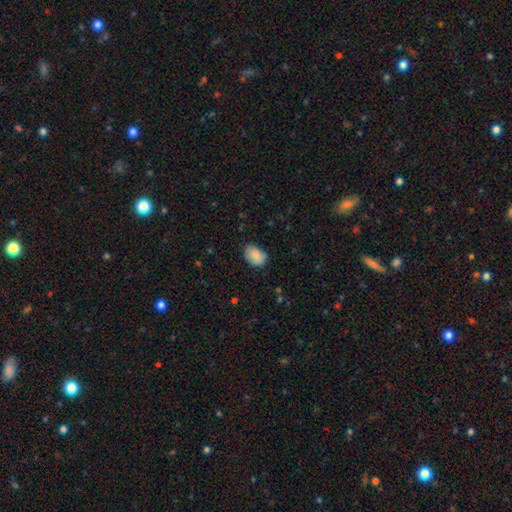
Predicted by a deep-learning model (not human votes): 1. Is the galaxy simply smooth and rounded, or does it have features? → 87% smooth, 7% star or artifact, 5% featured or disk.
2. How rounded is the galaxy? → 80% in between, 19% round, 1% cigar-shaped.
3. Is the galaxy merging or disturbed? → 73% none, 22% minor disturbance, 4% major disturbance, 1% merger.